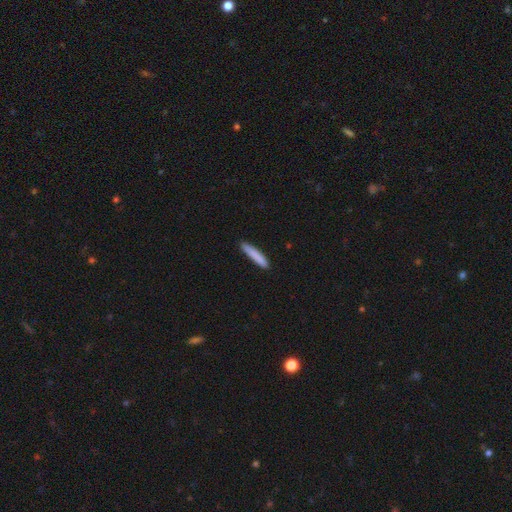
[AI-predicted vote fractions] smooth-or-featured: smooth: 84% | featured or disk: 10% | star or artifact: 6%
  how-rounded: cigar-shaped: 93% | in between: 6% | round: 1%
  merging: none: 88% | minor disturbance: 9% | major disturbance: 2% | merger: 1%